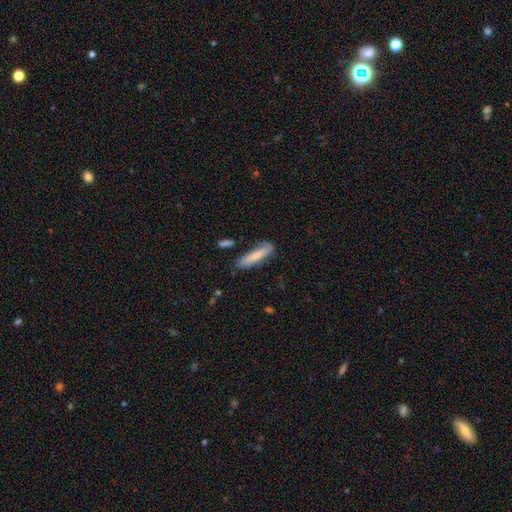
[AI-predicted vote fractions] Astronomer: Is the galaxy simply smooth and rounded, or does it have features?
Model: smooth — 70%.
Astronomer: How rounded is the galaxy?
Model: cigar-shaped — 74%.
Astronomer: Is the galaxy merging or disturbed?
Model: none — 68%.